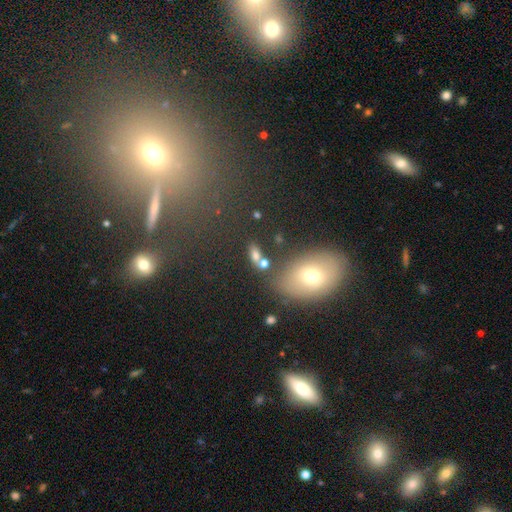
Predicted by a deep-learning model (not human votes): Overall: smooth (72%). How rounded: in between (79%). Merging: none (58%; merger 23%).